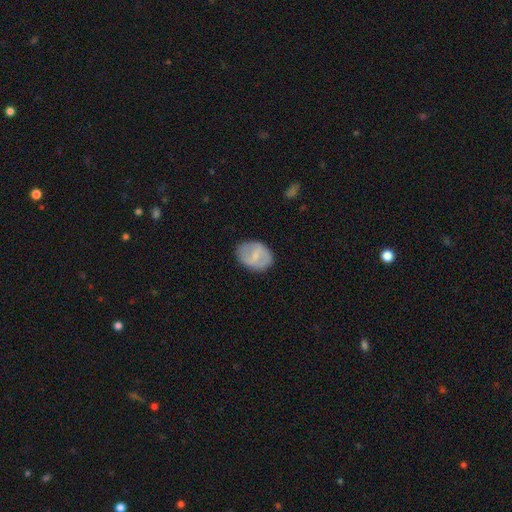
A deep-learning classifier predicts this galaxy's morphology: smooth_or_featured: featured or disk (p=0.47) [alt: smooth p=0.46]
merging: none (p=0.81) [alt: minor disturbance p=0.14]